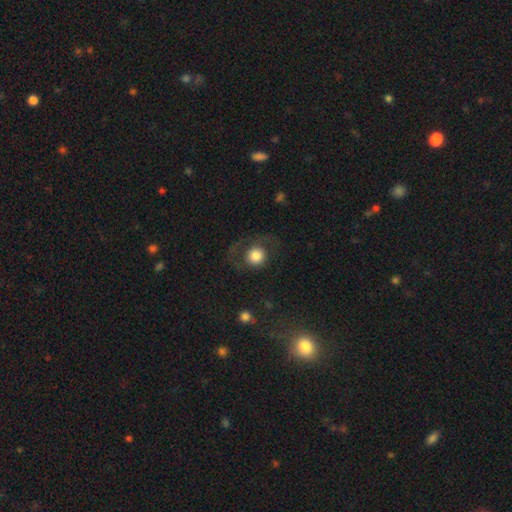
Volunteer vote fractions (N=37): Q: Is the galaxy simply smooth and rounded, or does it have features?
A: smooth — 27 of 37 (73%).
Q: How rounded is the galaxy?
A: round — 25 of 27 (93%).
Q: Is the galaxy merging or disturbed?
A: none — 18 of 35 (51%).